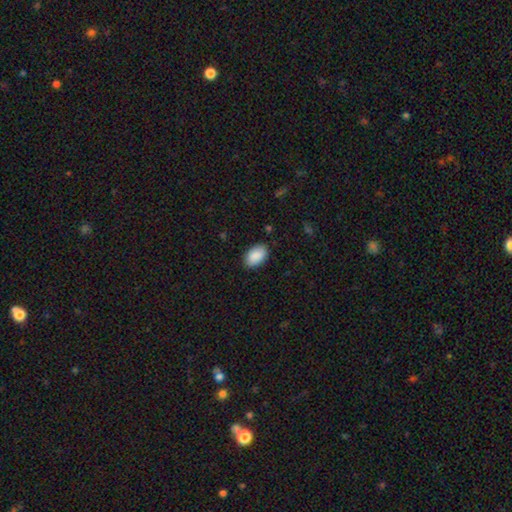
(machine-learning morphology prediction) smooth 90%, star or artifact 6%, featured or disk 4%. Down the decision tree: how rounded — in between (93%); merging — none (87%).